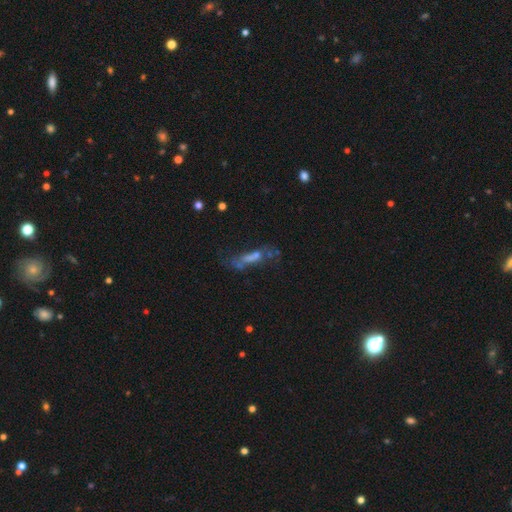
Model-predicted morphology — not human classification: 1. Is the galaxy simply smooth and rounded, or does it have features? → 53% featured or disk, 25% smooth, 22% star or artifact.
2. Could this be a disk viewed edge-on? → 60% no, 40% yes.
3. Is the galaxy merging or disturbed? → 65% none, 18% minor disturbance, 12% major disturbance, 6% merger.